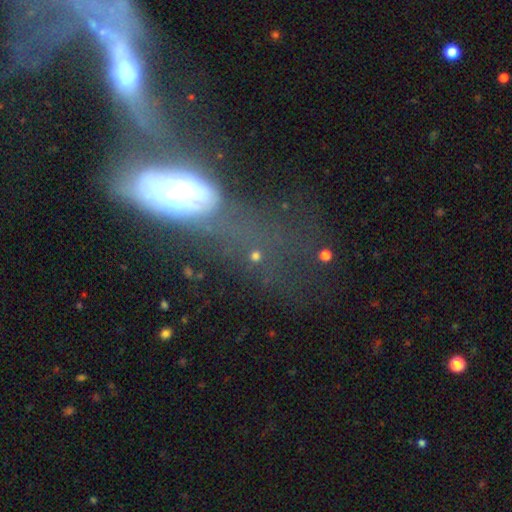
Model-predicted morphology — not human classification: A smooth galaxy with no disk features (43%).

Vote fractions:
- Smooth or featured? smooth: 43% / star or artifact: 38% / featured or disk: 18%
- Merging? none: 60% / merger: 14% / minor disturbance: 13% / major disturbance: 13%